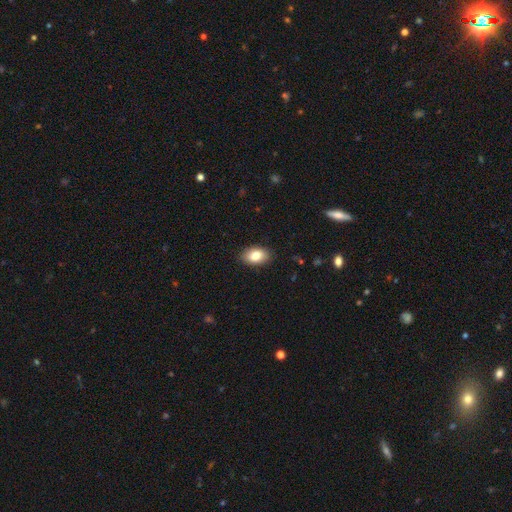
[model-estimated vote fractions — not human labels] Smooth or featured? Predicted: smooth (p=0.83). How rounded? Predicted: in between (p=0.90). Merging? Predicted: none (p=0.88).